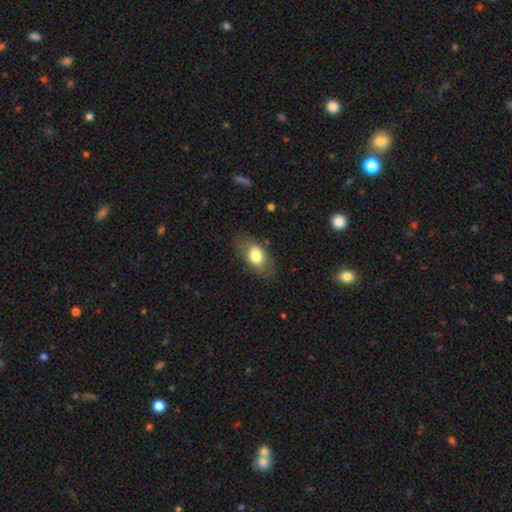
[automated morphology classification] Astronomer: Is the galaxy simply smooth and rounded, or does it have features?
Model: smooth — 72%.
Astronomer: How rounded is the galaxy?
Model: in between — 88%.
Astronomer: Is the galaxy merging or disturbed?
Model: none — 77%.